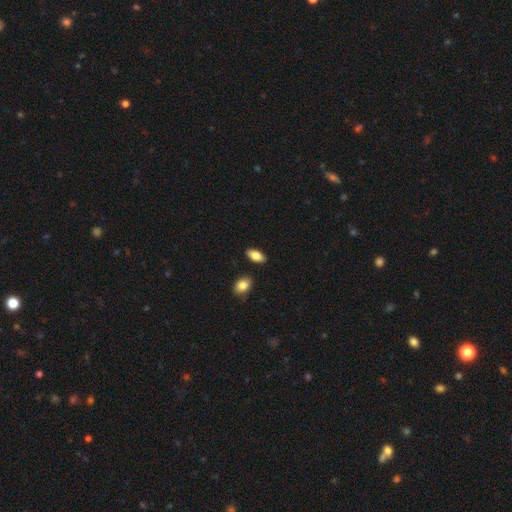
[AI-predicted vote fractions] smooth 82%, featured or disk 11%, star or artifact 7%. Down the decision tree: how rounded — in between (92%); merging — none (86%).